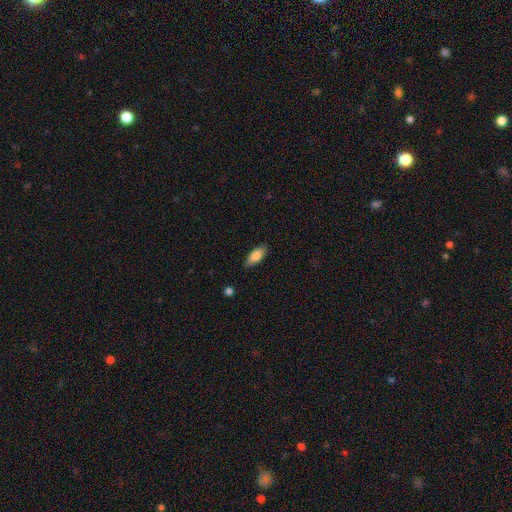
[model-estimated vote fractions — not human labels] Smooth or featured? smooth (81%)
How rounded? in between (82%)
Merging? none (86%)